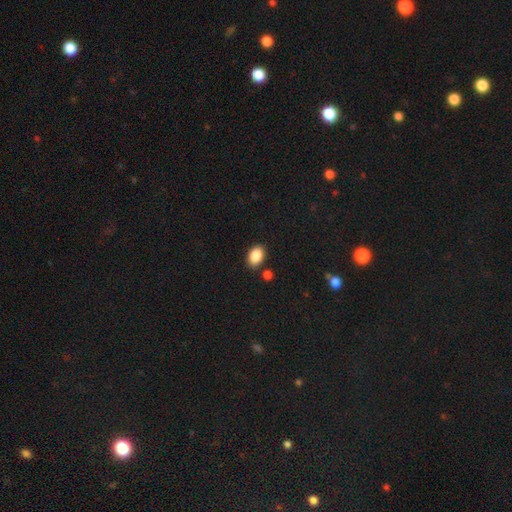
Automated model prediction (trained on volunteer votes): The model was most divided on "how rounded": in between: 85%, round: 14%, cigar-shaped: 1%. More confident: smooth or featured — smooth (88%); merging — none (83%).